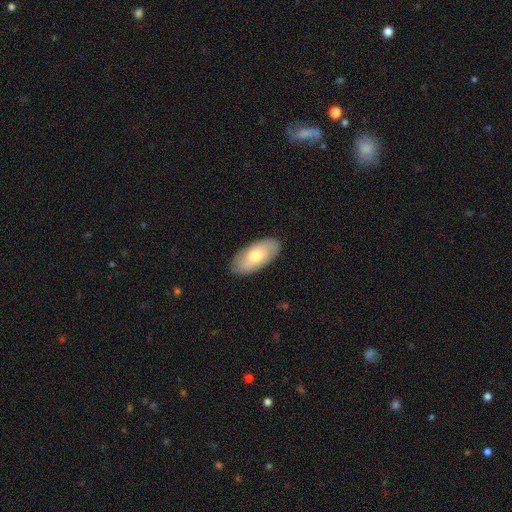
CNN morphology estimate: Q: Smooth or featured?
A: smooth (67%); runner-up: featured or disk (27%)
Q: How rounded?
A: in between (92%); runner-up: cigar-shaped (6%)
Q: Merging?
A: none (87%); runner-up: minor disturbance (10%)